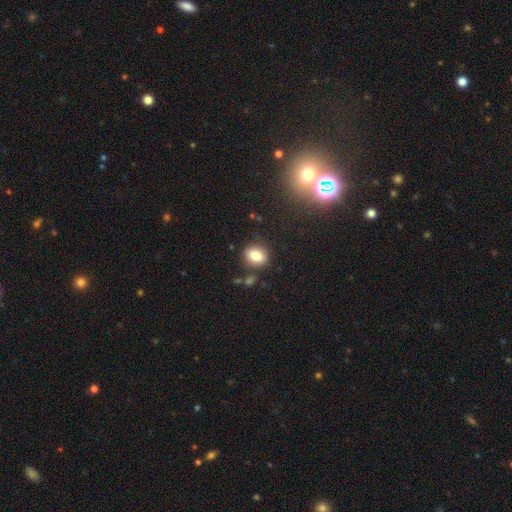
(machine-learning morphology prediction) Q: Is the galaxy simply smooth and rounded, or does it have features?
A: smooth — 82%.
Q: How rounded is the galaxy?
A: in between — 57%.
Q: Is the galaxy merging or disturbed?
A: none — 80%.